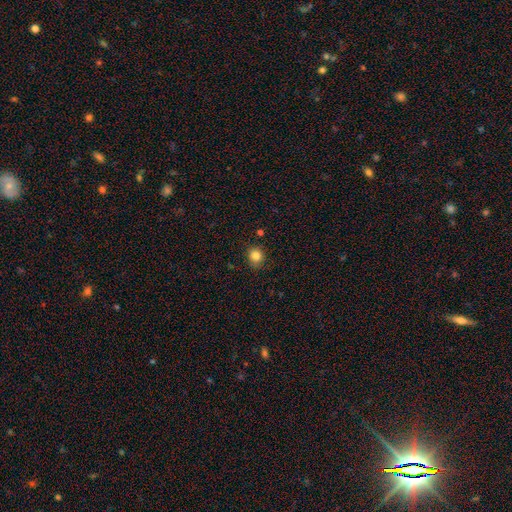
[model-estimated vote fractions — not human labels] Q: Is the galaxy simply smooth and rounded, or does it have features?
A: smooth — 84%.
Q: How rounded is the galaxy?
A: round — 82%.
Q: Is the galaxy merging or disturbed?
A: none — 85%.